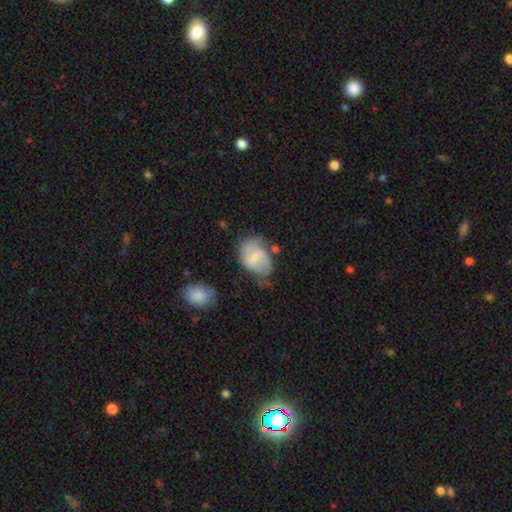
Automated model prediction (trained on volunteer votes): Smooth or featured? Predicted: smooth (p=0.48). Merging? Predicted: none (p=0.48).